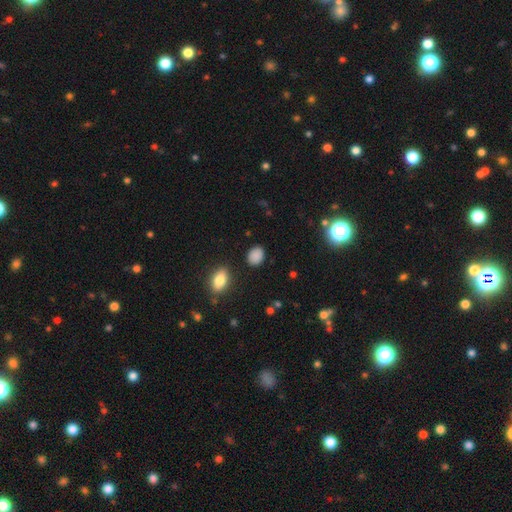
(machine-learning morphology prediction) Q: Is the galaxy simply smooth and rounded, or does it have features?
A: smooth — 86%.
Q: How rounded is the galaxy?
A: in between — 53%.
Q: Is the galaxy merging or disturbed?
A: none — 85%.